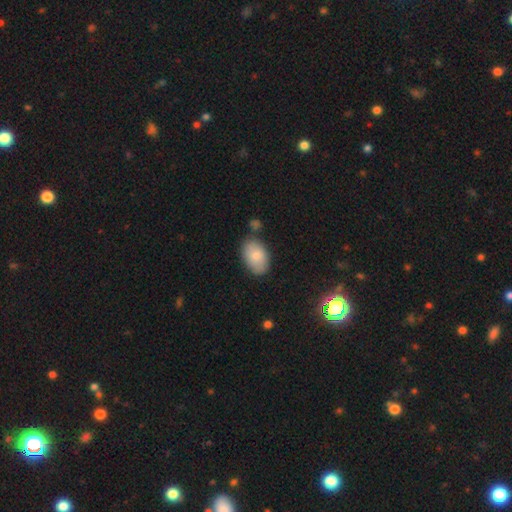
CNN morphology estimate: type=smooth (83%); roundness=in between (91%); merging=none (74%).